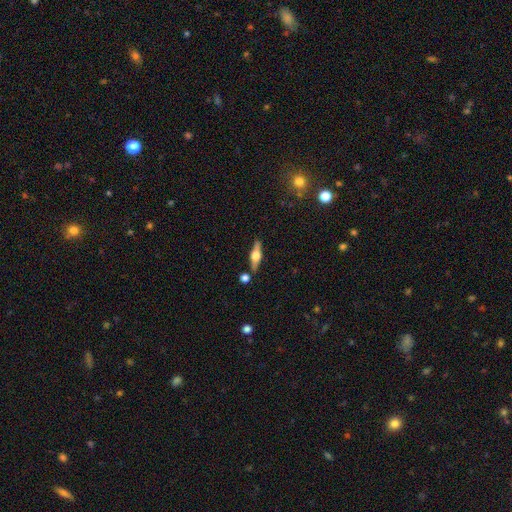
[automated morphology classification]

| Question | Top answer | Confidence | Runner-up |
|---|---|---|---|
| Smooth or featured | featured or disk | 67% | smooth (26%) |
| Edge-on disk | yes | 96% | no (4%) |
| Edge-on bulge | rounded | 94% | boxy (5%) |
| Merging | none | 84% | minor disturbance (9%) |